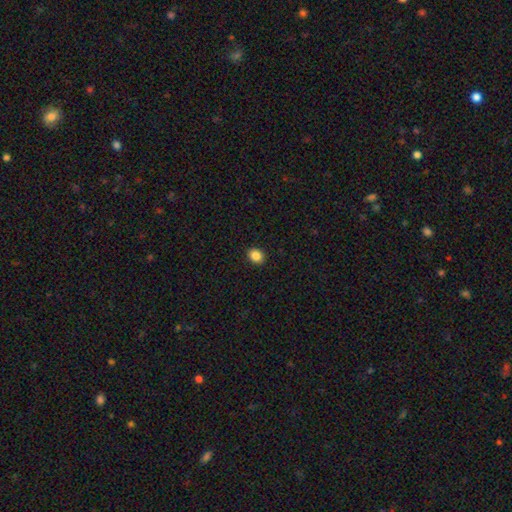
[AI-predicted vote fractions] Smooth or featured? Predicted: smooth (p=0.87). How rounded? Predicted: in between (p=0.50). Merging? Predicted: none (p=0.92).